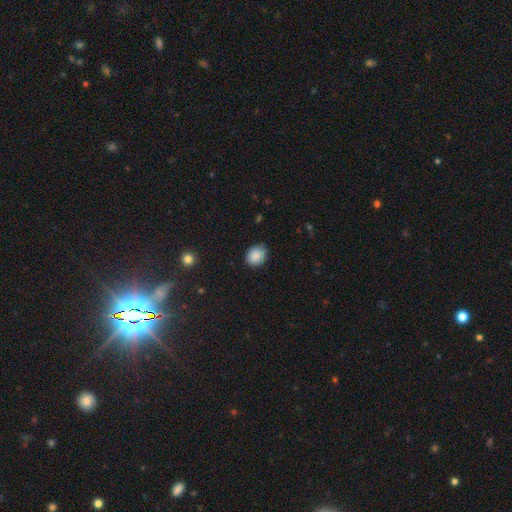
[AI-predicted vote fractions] This is clearly a smooth galaxy (88%). How rounded: possibly round (52%). Merging: clearly none (82%).